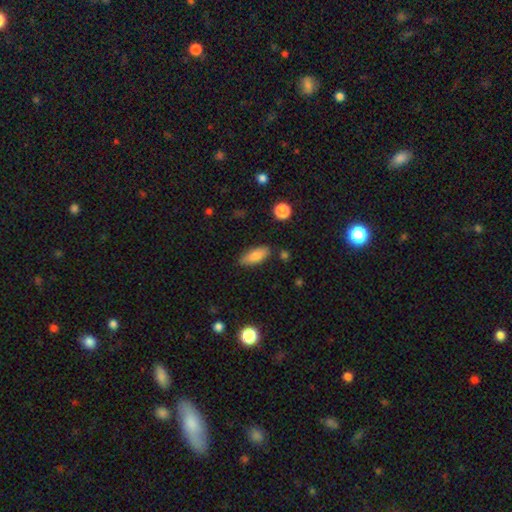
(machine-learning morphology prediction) Smooth or featured? Predicted: smooth (p=0.80). How rounded? Predicted: in between (p=0.76). Merging? Predicted: none (p=0.84).